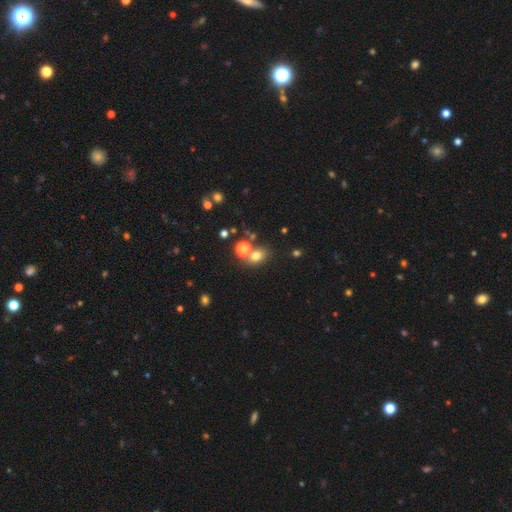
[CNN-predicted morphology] A smooth galaxy with no disk features (73%) that is in between round and cigar-shaped (54%).

Vote fractions:
- Smooth or featured? smooth: 73% / star or artifact: 18% / featured or disk: 9%
- How rounded? in between: 54% / round: 45% / cigar-shaped: 1%
- Merging? none: 59% / merger: 24% / minor disturbance: 11% / major disturbance: 5%